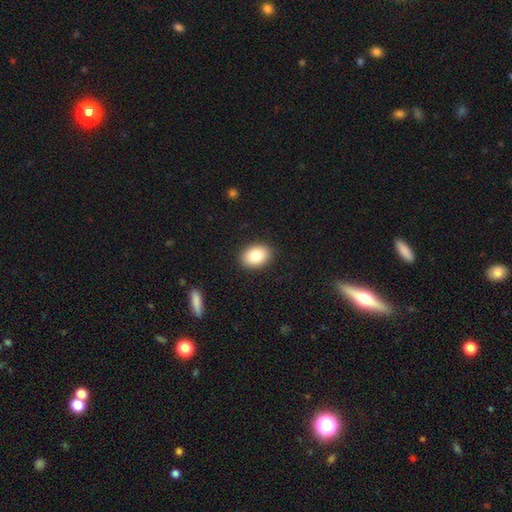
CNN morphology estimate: This appears to be a smooth galaxy with no disk features (83%) that is in between round and cigar-shaped (78%). Merging: none (89%).